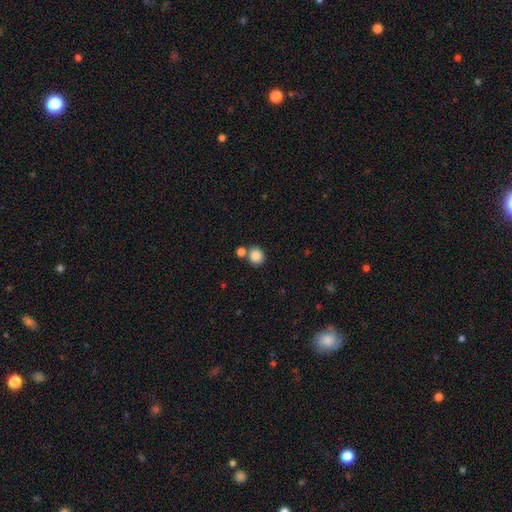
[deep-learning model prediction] A smooth galaxy with no disk features (86%) that is round (85%). Merging: none (67%).